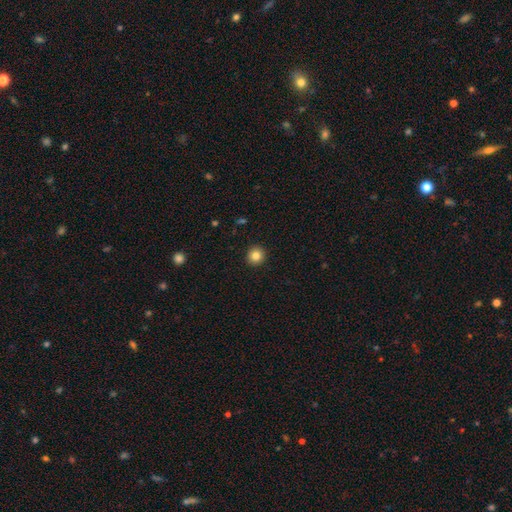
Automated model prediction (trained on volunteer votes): The model was most divided on "smooth or featured": smooth: 84%, star or artifact: 10%, featured or disk: 6%. More confident: how rounded — round (93%); merging — none (93%).